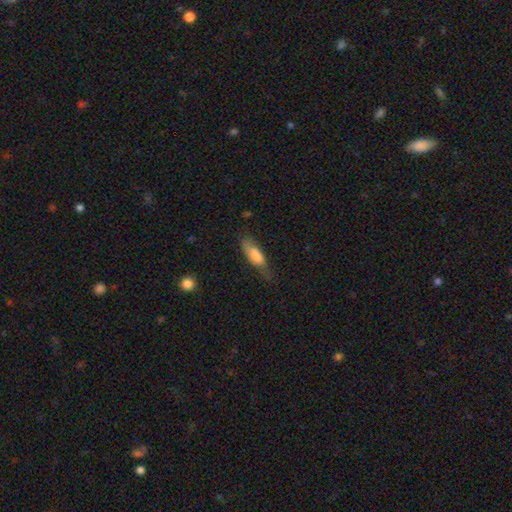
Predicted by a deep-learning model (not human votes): Smooth or featured?
  - smooth: 65% *
  - featured or disk: 28%
  - star or artifact: 7%
How rounded?
  - cigar-shaped: 51% *
  - in between: 47%
  - round: 2%
Merging?
  - none: 59% *
  - minor disturbance: 28%
  - major disturbance: 10%
  - merger: 2%